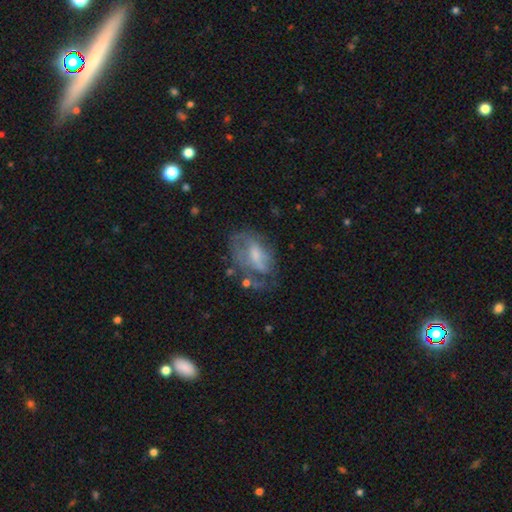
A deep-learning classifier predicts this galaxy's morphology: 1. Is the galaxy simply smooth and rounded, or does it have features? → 58% featured or disk, 34% smooth, 9% star or artifact.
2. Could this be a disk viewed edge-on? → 95% no, 5% yes.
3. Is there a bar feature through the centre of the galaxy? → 43% no, 42% weak, 15% strong.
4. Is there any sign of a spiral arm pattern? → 55% yes, 45% no.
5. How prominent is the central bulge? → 38% small, 34% moderate, 21% none, 6% large, 1% dominant.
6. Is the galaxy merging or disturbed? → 39% none, 29% major disturbance, 27% minor disturbance, 5% merger.